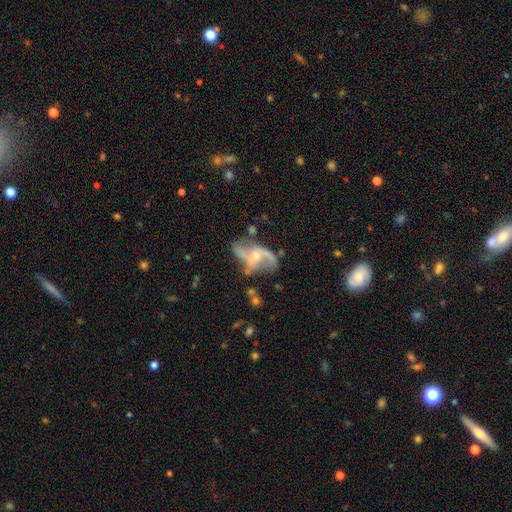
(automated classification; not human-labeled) A featured or disk galaxy (82%) with no bar (51%), 2 (85%) loose (68%) spiral arms (89%) and a small central bulge (52%). Merging: none (50%).